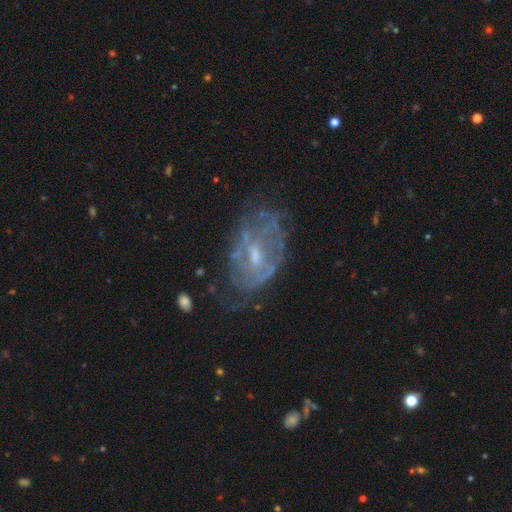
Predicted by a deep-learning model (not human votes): Smooth or featured? Predicted: featured or disk (p=0.75). Edge-on disk? Predicted: no (p=0.96). Bar? Predicted: no (p=0.49). Spiral arms? Predicted: yes (p=0.59). Bulge size? Predicted: small (p=0.47). Merging? Predicted: none (p=0.56).